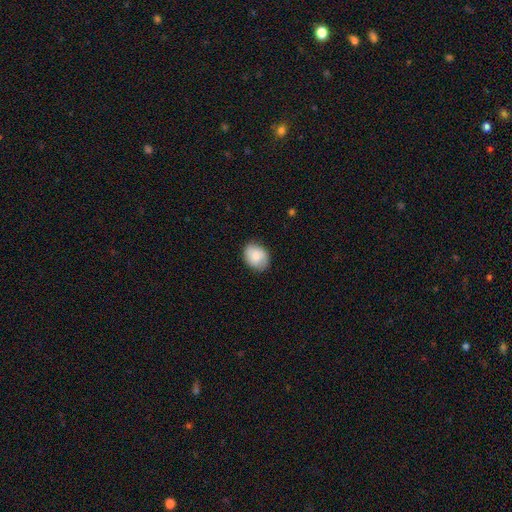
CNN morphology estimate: A smooth galaxy with no disk features (79%) that is in between round and cigar-shaped (58%). Merging: none (80%).